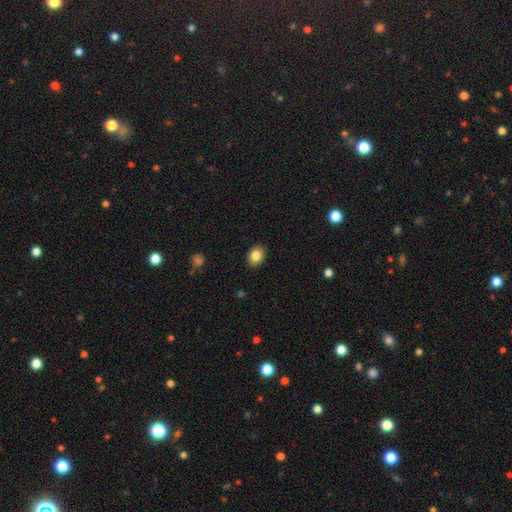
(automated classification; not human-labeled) This is clearly a smooth galaxy (84%). How rounded: likely in between (68%). Merging: clearly none (89%).